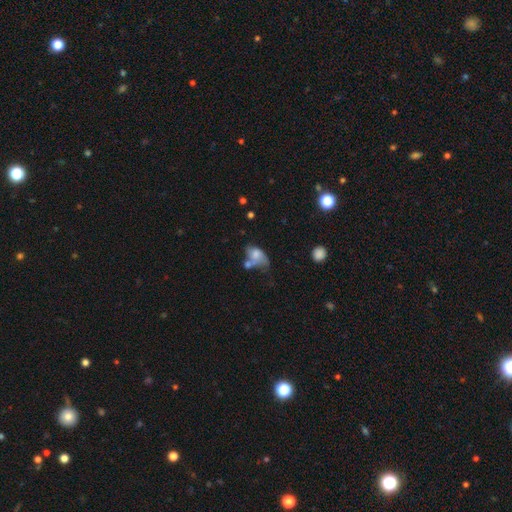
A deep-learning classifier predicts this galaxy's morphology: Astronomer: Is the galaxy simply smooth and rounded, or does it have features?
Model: smooth — 60%.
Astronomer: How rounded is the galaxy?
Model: in between — 83%.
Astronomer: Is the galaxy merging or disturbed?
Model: merger — 33% (runner-up: major disturbance, 23%).